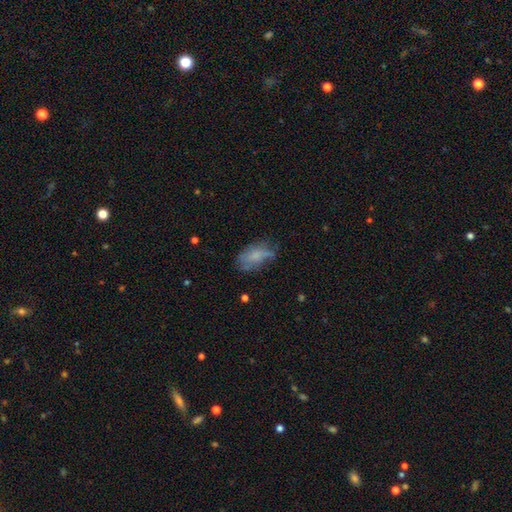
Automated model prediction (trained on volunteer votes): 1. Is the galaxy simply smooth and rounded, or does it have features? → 62% smooth, 27% featured or disk, 11% star or artifact.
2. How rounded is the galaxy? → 89% in between, 6% cigar-shaped, 5% round.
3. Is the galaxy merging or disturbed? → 43% none, 33% minor disturbance, 21% major disturbance, 3% merger.